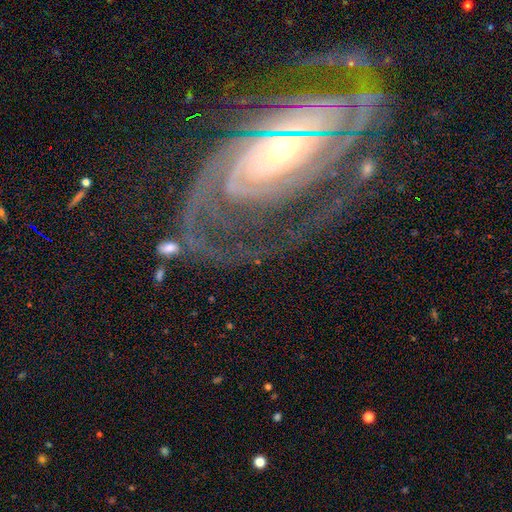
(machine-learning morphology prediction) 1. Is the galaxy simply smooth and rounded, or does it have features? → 89% featured or disk, 6% star or artifact, 4% smooth.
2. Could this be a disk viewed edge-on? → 95% no, 5% yes.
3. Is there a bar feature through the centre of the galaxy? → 45% no, 28% weak, 26% strong.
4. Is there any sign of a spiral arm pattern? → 97% yes, 3% no.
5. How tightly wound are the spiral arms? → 67% tight, 27% medium, 6% loose.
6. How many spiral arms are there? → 47% 2, 16% 3, 15% can't tell, 8% 4, 7% 1, 7% more than 4.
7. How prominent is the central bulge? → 53% moderate, 34% small, 9% large, 2% dominant, 1% none.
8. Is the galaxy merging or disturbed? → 69% none, 16% minor disturbance, 13% major disturbance, 3% merger.